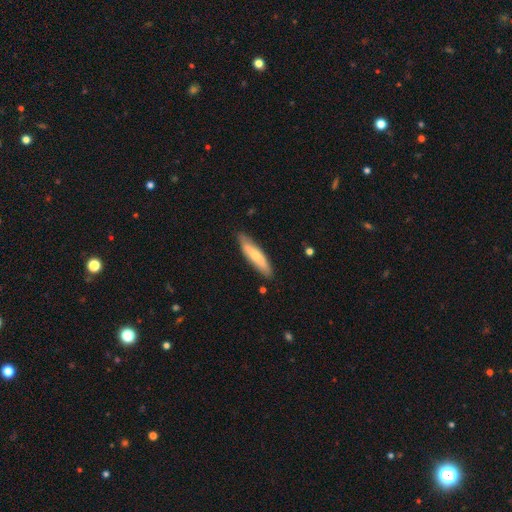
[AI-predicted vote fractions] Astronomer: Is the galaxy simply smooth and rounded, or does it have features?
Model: smooth — 59% (runner-up: featured or disk, 36%).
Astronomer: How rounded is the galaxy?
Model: cigar-shaped — 77%.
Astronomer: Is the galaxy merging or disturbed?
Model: none — 83%.